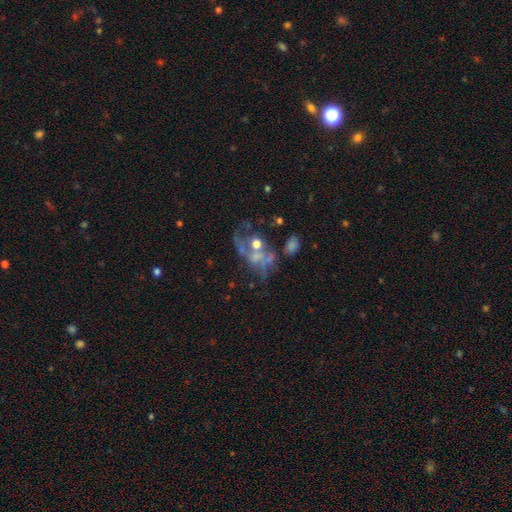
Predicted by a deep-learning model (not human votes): Smooth or featured? featured or disk (62%)
Edge-on disk? no (96%)
Bar? no (81%)
Spiral arms? no (68%)
Bulge size? moderate (35%)
Merging? major disturbance (30%)